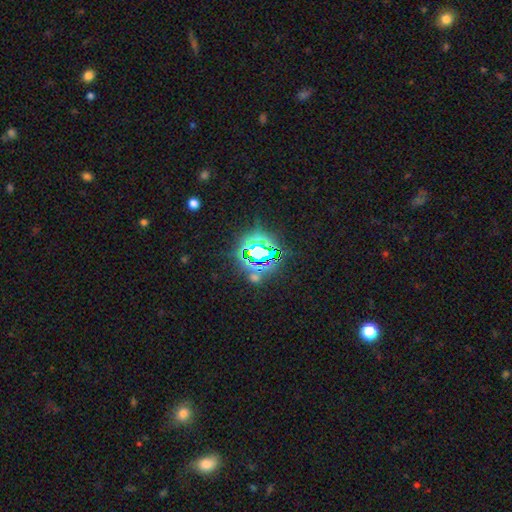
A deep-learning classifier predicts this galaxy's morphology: Smooth or featured?
  - star or artifact: 80% *
  - smooth: 12%
  - featured or disk: 8%